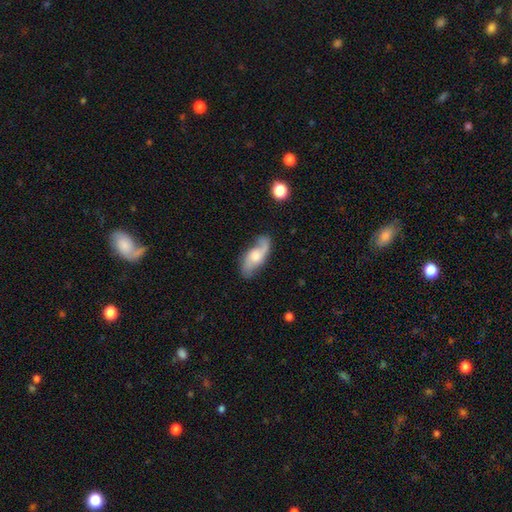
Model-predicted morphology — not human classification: The model was most divided on "spiral winding": loose: 54%, medium: 35%, tight: 11%. More confident: spiral arms — yes (94%); edge-on disk — no (91%); spiral arm count — 2 (86%); smooth or featured — featured or disk (75%); merging — none (74%); bar — no (57%); bulge size — moderate (54%).